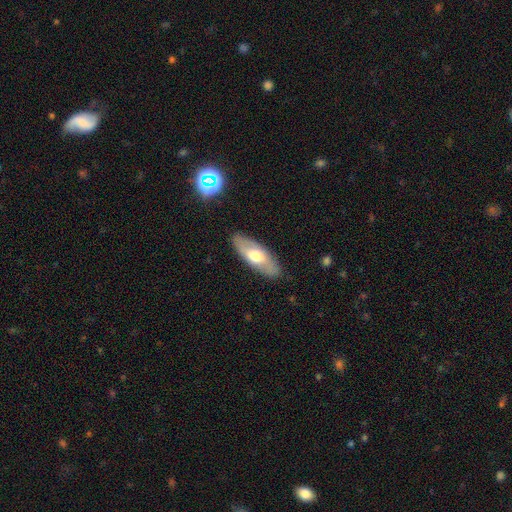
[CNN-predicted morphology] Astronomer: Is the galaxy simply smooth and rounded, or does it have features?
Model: smooth — 57% (runner-up: featured or disk, 38%).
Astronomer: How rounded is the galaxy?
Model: in between — 75%.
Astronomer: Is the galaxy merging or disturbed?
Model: none — 86%.